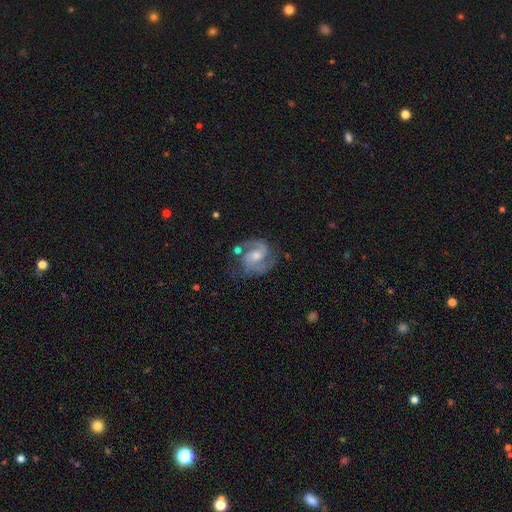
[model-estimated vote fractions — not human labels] A featured or disk galaxy (88%) with no bar (47%), 2 (90%) medium (59%) spiral arms (97%) and a moderate central bulge (57%).

Vote fractions:
- Smooth or featured? featured or disk: 88% / smooth: 7% / star or artifact: 5%
- Edge-on disk? no: 98% / yes: 2%
- Bar? no: 47% / weak: 43% / strong: 10%
- Spiral arms? yes: 97% / no: 3%
- Spiral winding? medium: 59% / tight: 27% / loose: 14%
- Spiral arm count? 2: 90% / can't tell: 3% / 3: 3% / 1: 2% / 4: 1% / more than 4: 1%
- Bulge size? moderate: 57% / small: 30% / large: 6% / none: 5% / dominant: 1%
- Merging? none: 68% / minor disturbance: 19% / major disturbance: 8% / merger: 4%